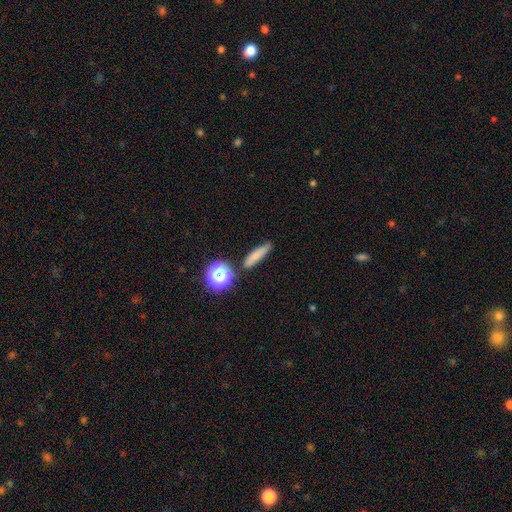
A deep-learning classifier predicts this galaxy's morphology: Smooth or featured? smooth (74%)
How rounded? cigar-shaped (74%)
Merging? none (82%)